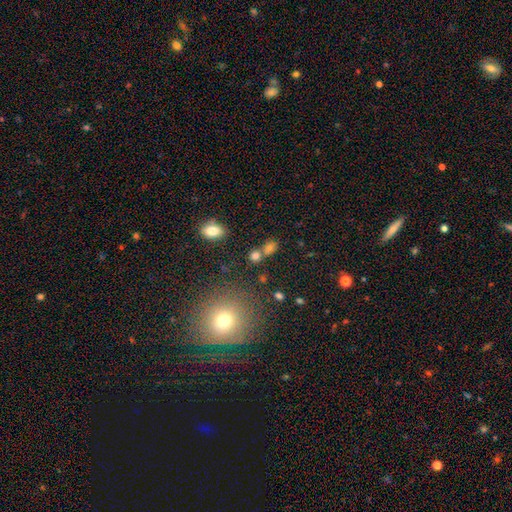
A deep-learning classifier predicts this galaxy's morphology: smooth 76%, star or artifact 16%, featured or disk 8%. Down the decision tree: how rounded — round (60%); merging — none (52%).